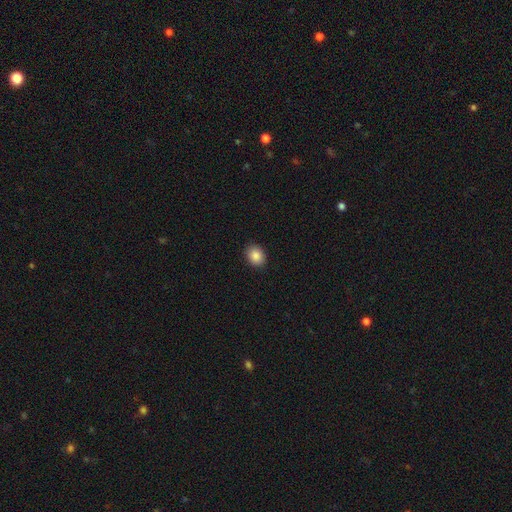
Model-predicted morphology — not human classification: This is clearly a smooth galaxy (88%). How rounded: possibly in between (52%). Merging: clearly none (90%).